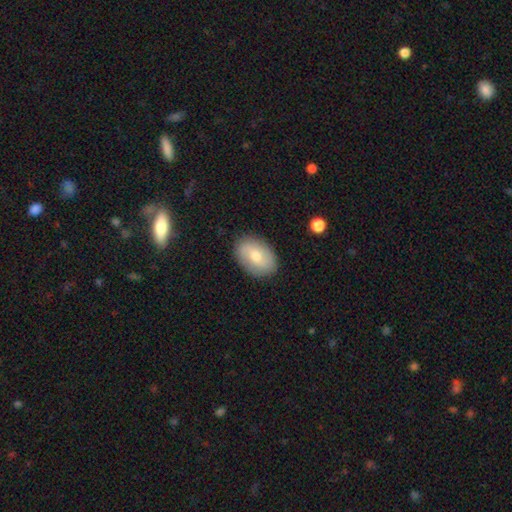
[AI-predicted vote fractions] Morphology: type=smooth (62%); roundness=in between (84%); merging=none (86%).